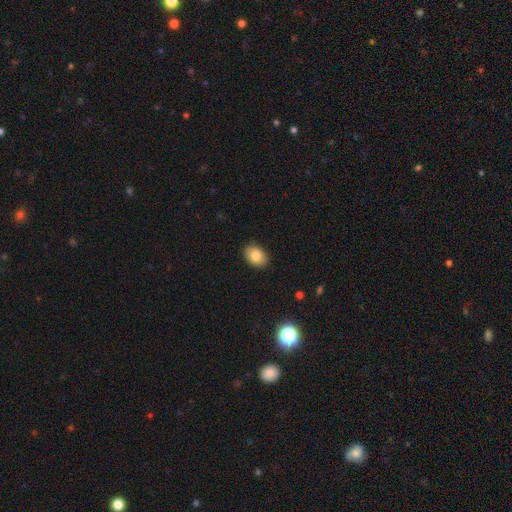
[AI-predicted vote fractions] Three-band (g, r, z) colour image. It shows a smooth galaxy with no disk features (82%) that is in between round and cigar-shaped (77%). Merging: none (88%).